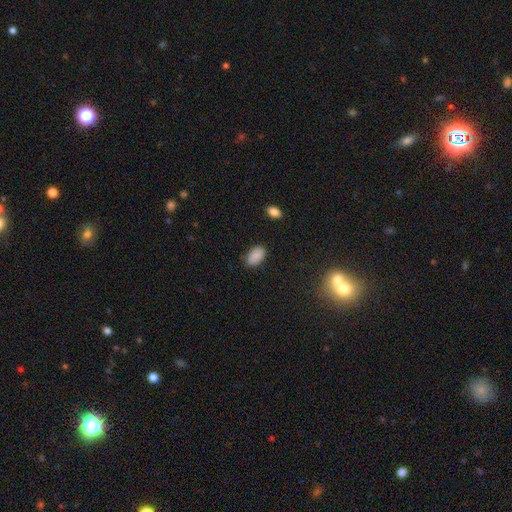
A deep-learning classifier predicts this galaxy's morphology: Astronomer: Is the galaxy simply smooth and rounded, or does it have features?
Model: smooth — 86%.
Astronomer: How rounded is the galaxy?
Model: in between — 92%.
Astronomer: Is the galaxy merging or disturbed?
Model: none — 80%.